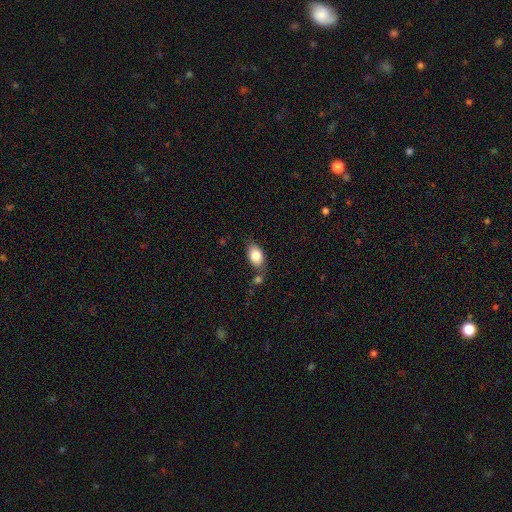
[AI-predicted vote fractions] Smooth or featured? smooth (84%)
How rounded? in between (88%)
Merging? none (62%)